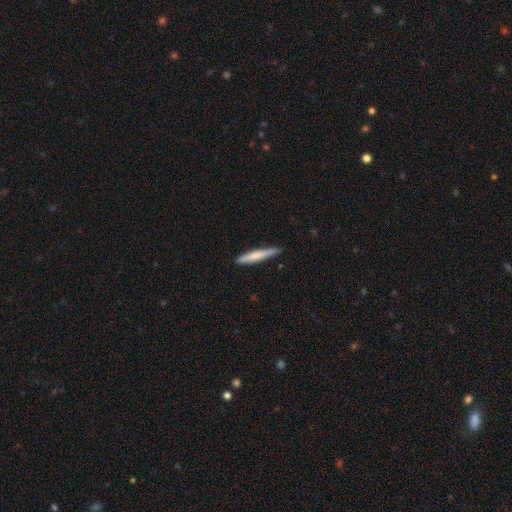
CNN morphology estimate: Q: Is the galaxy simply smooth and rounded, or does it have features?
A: smooth — 70%.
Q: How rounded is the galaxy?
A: cigar-shaped — 94%.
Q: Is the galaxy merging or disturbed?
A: none — 86%.